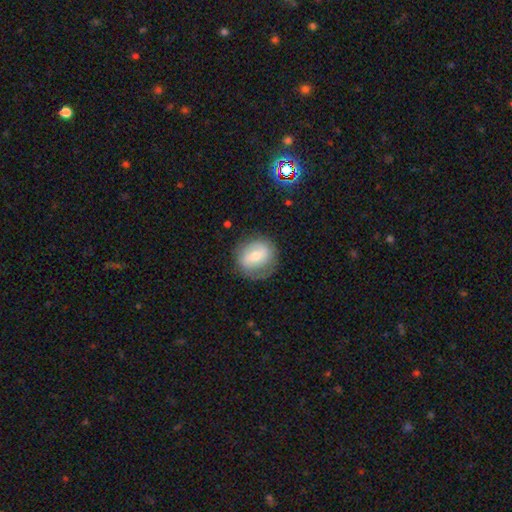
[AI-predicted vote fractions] featured or disk 47%, smooth 46%, star or artifact 7%. Down the decision tree: merging — none (75%).